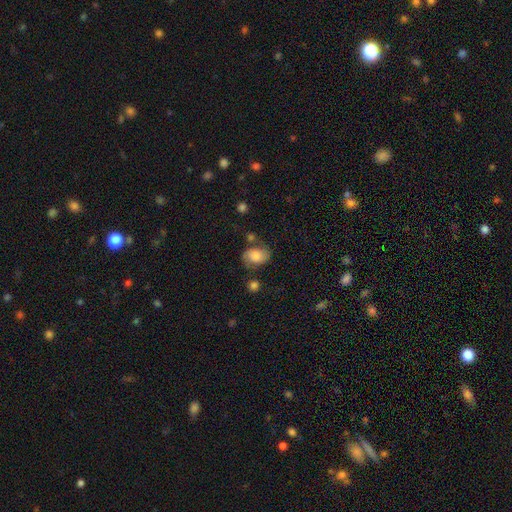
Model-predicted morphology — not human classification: This is possibly a smooth galaxy (52%). How rounded: likely in between (70%). Merging: possibly none (56%).